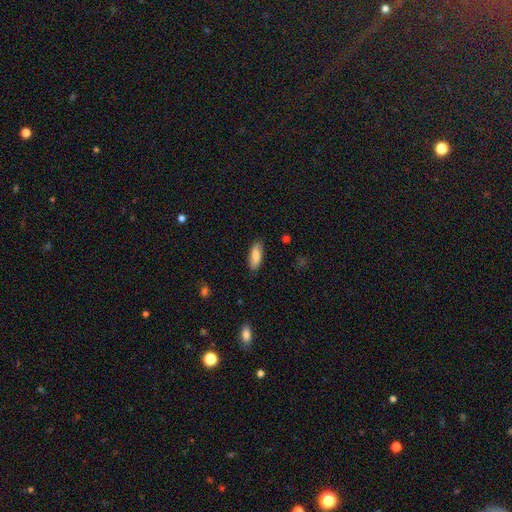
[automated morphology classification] type=smooth (82%); roundness=in between (74%); merging=none (85%).